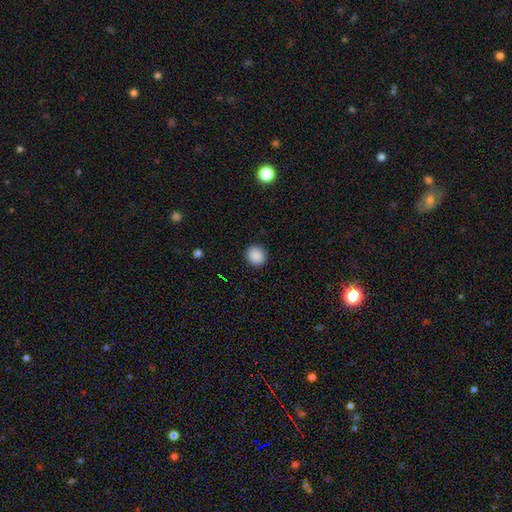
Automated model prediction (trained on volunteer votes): Overall: smooth (89%). How rounded: round (84%). Merging: none (91%).